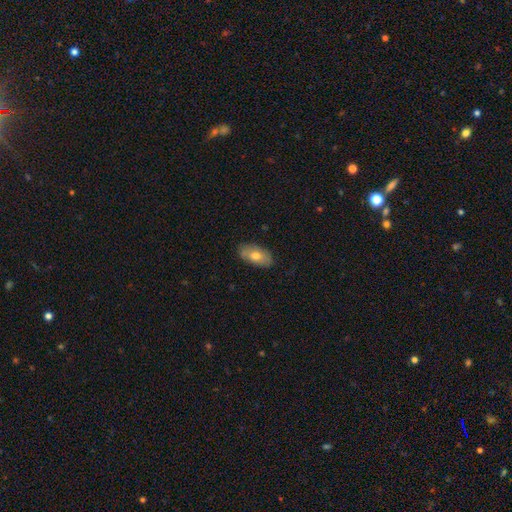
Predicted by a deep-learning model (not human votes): A smooth galaxy with no disk features (68%) that is in between round and cigar-shaped (93%).

Vote fractions:
- Smooth or featured? smooth: 68% / featured or disk: 25% / star or artifact: 6%
- How rounded? in between: 93% / round: 4% / cigar-shaped: 3%
- Merging? none: 82% / minor disturbance: 14% / major disturbance: 3% / merger: 1%